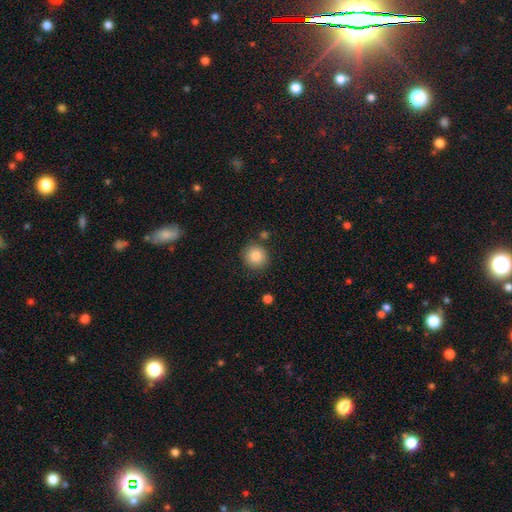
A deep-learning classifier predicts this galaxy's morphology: Smooth or featured? smooth (84%)
How rounded? round (90%)
Merging? none (85%)